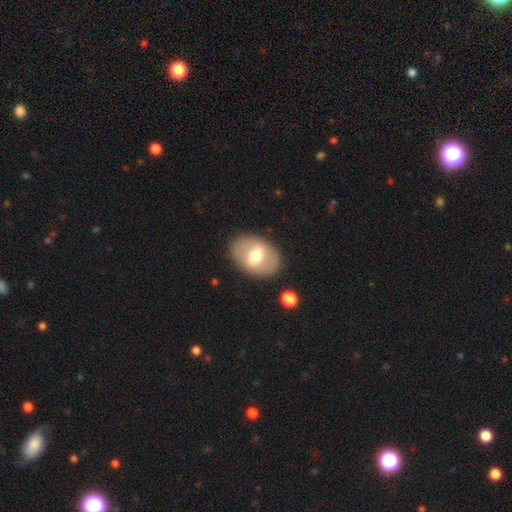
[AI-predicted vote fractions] smooth 54%, featured or disk 40%, star or artifact 7%. Down the decision tree: how rounded — in between (78%); merging — none (85%).